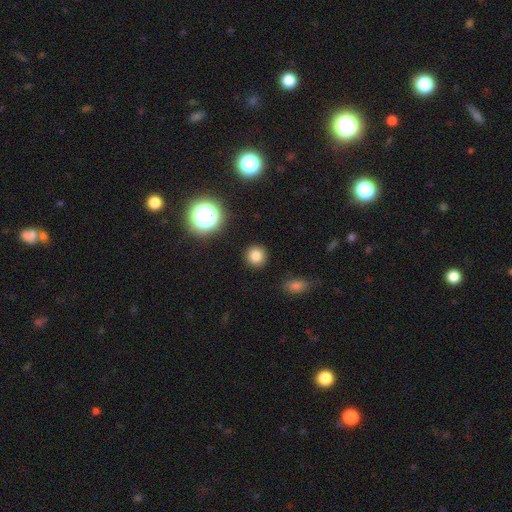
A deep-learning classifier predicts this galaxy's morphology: Smooth or featured: smooth — 82% (star or artifact — 13%)
How rounded: round — 93% (in between — 6%)
Merging: none — 91% (minor disturbance — 5%)